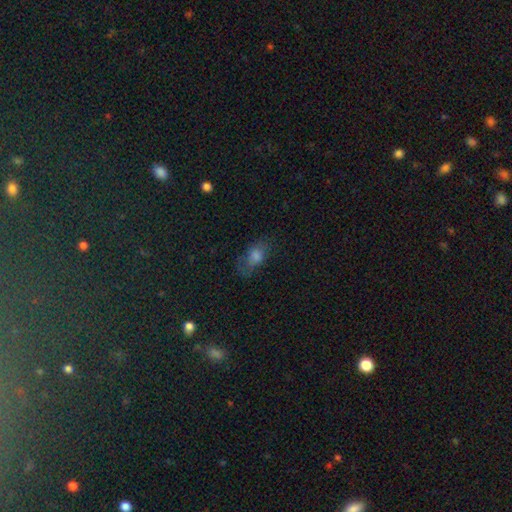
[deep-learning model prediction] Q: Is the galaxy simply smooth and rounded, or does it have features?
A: smooth — 59%.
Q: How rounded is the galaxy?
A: in between — 79%.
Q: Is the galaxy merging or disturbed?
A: none — 57%.